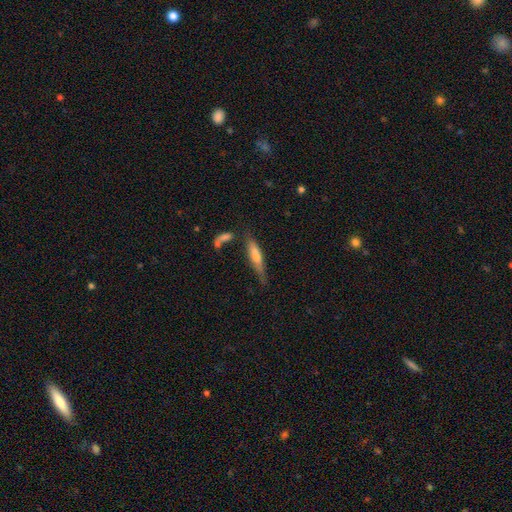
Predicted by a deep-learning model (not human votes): Smooth or featured? smooth (47%)
Merging? none (57%)